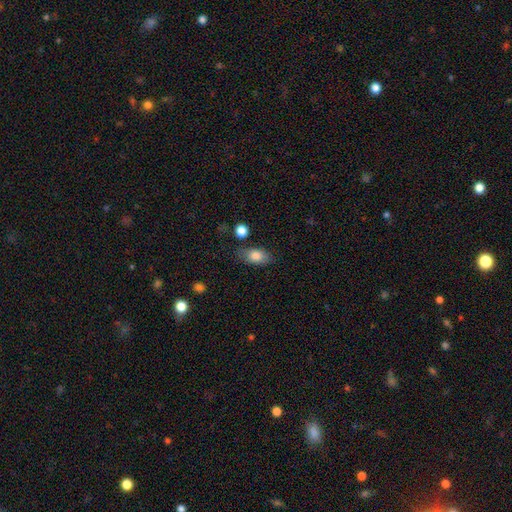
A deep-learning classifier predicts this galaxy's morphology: Smooth or featured? smooth (82%)
How rounded? in between (87%)
Merging? none (76%)